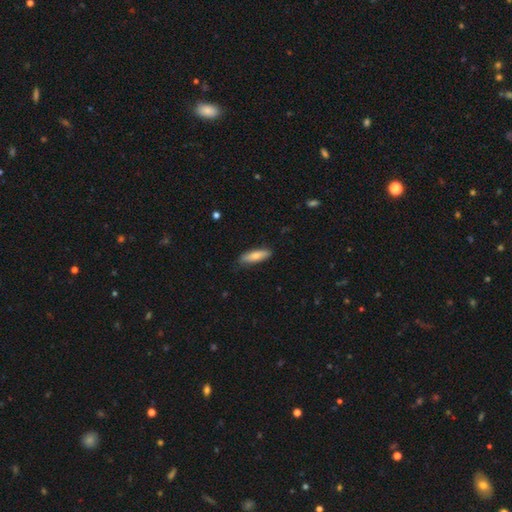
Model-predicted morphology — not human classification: Overall: smooth (75%). How rounded: cigar-shaped (56%; in between 42%). Merging: none (83%).